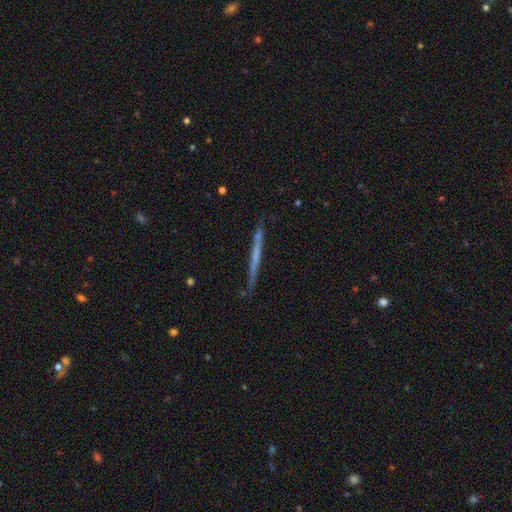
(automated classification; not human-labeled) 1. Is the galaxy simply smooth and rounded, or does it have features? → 53% featured or disk, 41% smooth, 6% star or artifact.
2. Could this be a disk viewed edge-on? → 96% yes, 4% no.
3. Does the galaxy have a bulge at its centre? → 89% none, 6% rounded, 5% boxy.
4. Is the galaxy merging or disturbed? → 81% none, 14% minor disturbance, 3% major disturbance, 2% merger.